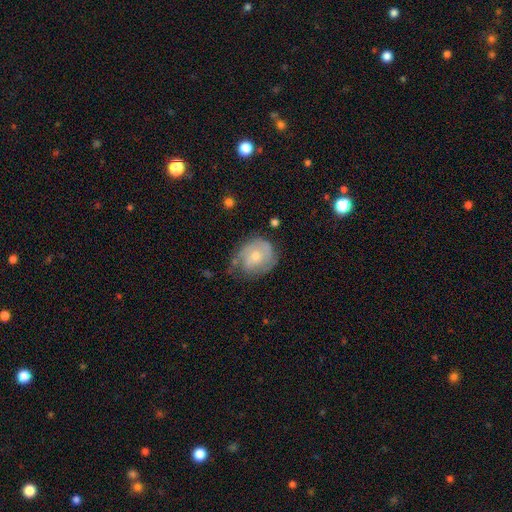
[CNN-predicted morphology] smooth_or_featured: featured or disk (p=0.65) [alt: smooth p=0.29]
disk_edge_on: no (p=0.97) [alt: yes p=0.03]
bar: no (p=0.71) [alt: weak p=0.25]
has_spiral_arms: yes (p=0.83) [alt: no p=0.17]
spiral_winding: tight (p=0.55) [alt: medium p=0.33]
spiral_arm_count: 2 (p=0.37) [alt: can't tell p=0.32]
bulge_size: moderate (p=0.51) [alt: small p=0.44]
merging: none (p=0.56) [alt: minor disturbance p=0.29]